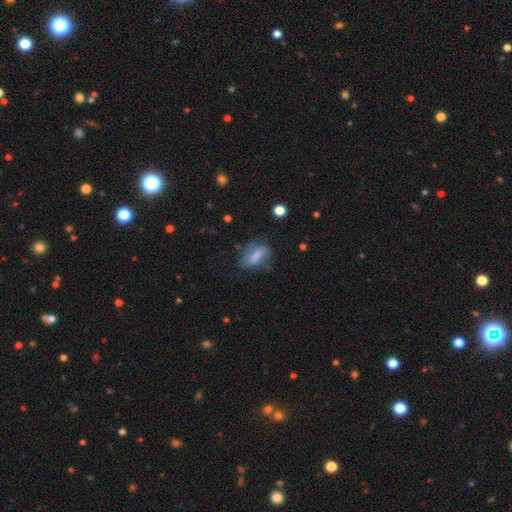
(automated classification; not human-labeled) A smooth galaxy with no disk features (57%) that is in between round and cigar-shaped (72%). Merging: none (52%).